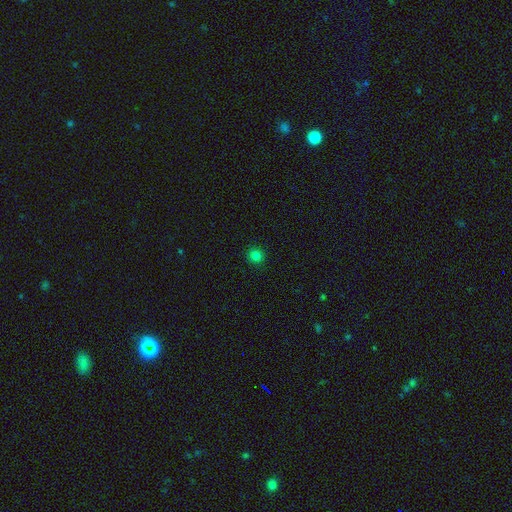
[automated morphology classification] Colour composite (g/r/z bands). It shows a smooth galaxy with no disk features (81%) that is round (93%). Merging: none (92%).